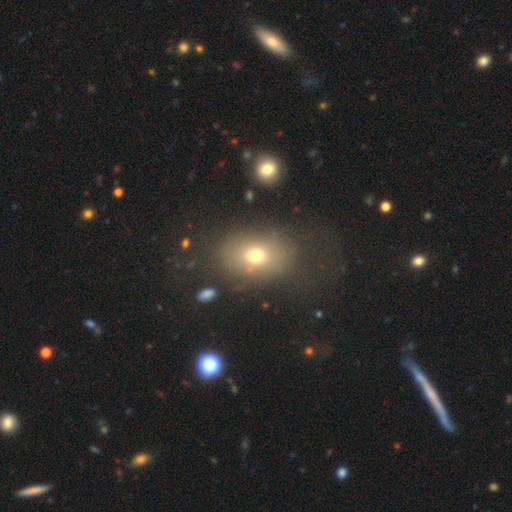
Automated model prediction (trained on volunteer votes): Smooth or featured? Predicted: smooth (p=0.68). How rounded? Predicted: in between (p=0.64). Merging? Predicted: none (p=0.67).